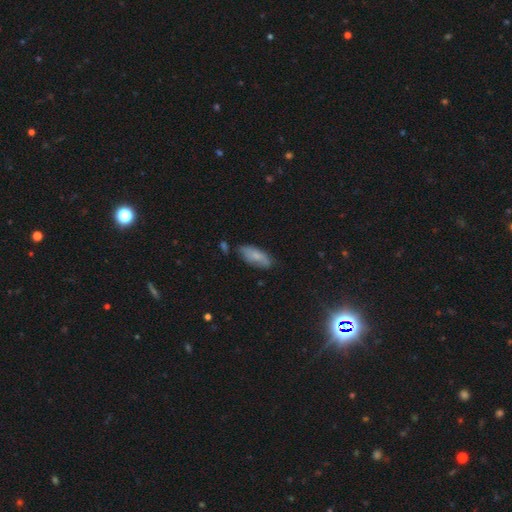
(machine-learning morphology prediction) smooth 73%, featured or disk 20%, star or artifact 7%. Down the decision tree: how rounded — in between (78%); merging — none (66%).